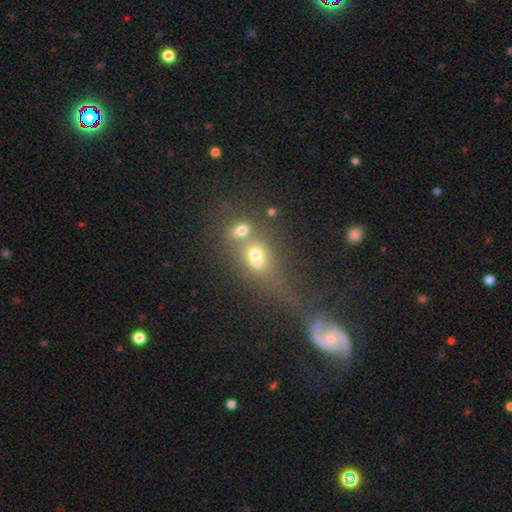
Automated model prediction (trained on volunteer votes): A smooth galaxy with no disk features (57%) that is in between round and cigar-shaped (51%). Merging: merger (59%).